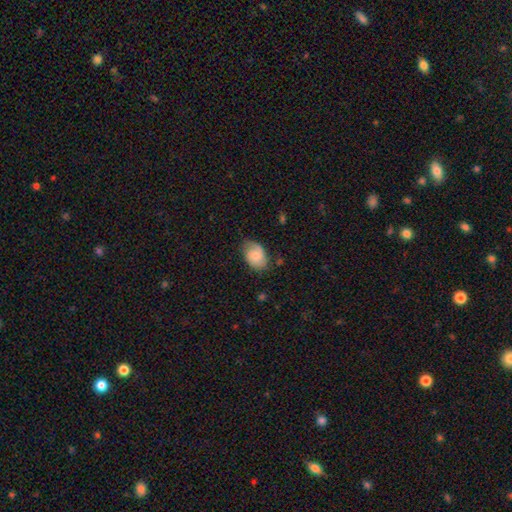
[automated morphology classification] Smooth or featured?
  - smooth: 55% *
  - featured or disk: 38%
  - star or artifact: 7%
How rounded?
  - in between: 80% *
  - round: 19%
  - cigar-shaped: 1%
Merging?
  - none: 62% *
  - minor disturbance: 27%
  - major disturbance: 9%
  - merger: 2%